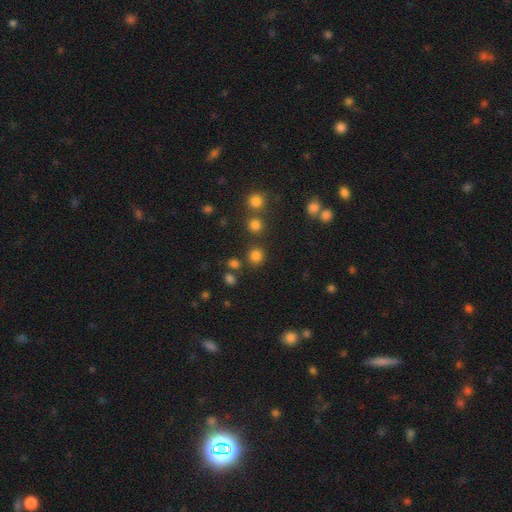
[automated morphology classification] smooth 79%, star or artifact 16%, featured or disk 4%. Down the decision tree: how rounded — round (89%); merging — none (82%).